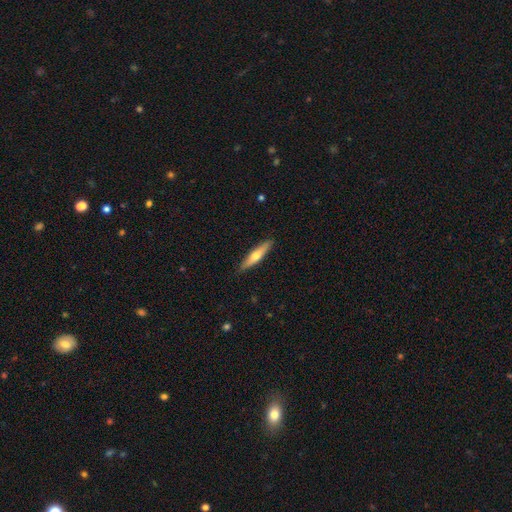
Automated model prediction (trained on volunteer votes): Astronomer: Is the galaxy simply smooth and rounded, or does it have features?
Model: smooth — 49% (runner-up: featured or disk, 45%).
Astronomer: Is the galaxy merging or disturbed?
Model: none — 89%.